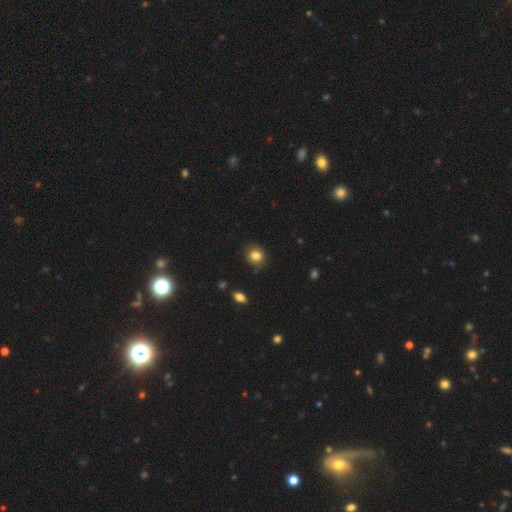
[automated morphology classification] Smooth or featured?
  - smooth: 83% *
  - star or artifact: 11%
  - featured or disk: 7%
How rounded?
  - round: 80% *
  - in between: 19%
  - cigar-shaped: 1%
Merging?
  - none: 84% *
  - minor disturbance: 12%
  - major disturbance: 3%
  - merger: 2%